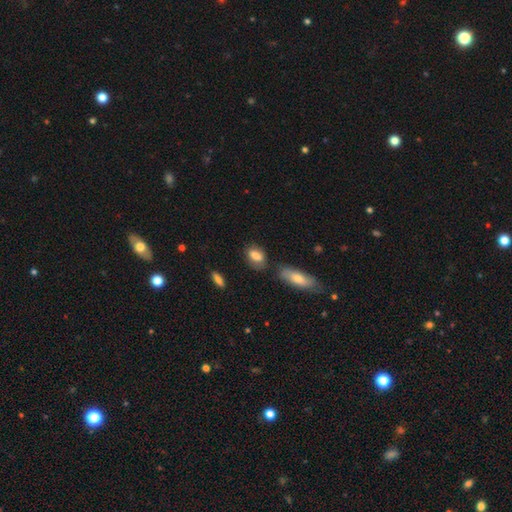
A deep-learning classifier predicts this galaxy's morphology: This appears to be a smooth galaxy with no disk features (79%) that is in between round and cigar-shaped (85%). Merging: none (62%).